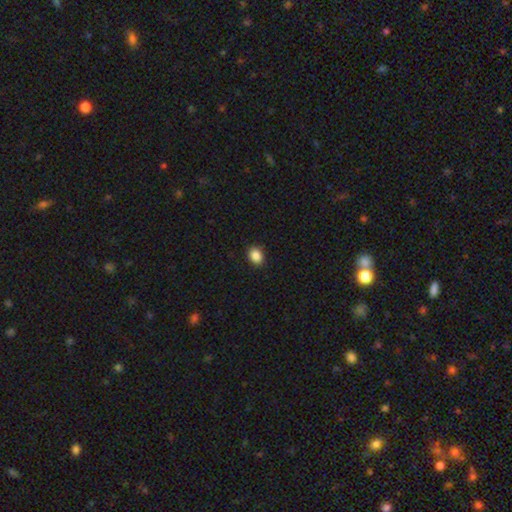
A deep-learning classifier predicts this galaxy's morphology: Q: Smooth or featured?
A: smooth (88%); runner-up: star or artifact (9%)
Q: How rounded?
A: in between (52%); runner-up: round (47%)
Q: Merging?
A: none (91%); runner-up: minor disturbance (6%)